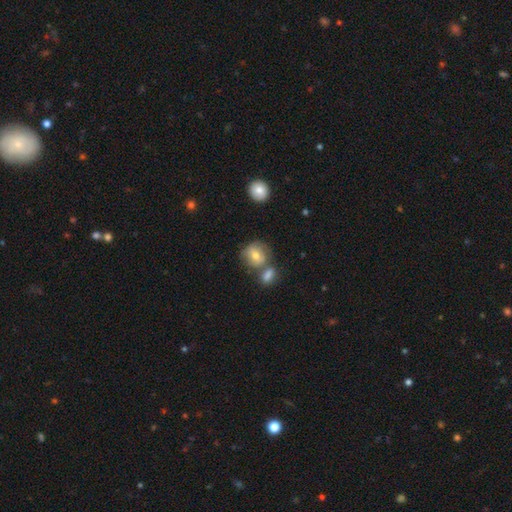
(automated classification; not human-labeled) Smooth or featured? Predicted: smooth (p=0.66). How rounded? Predicted: round (p=0.78). Merging? Predicted: none (p=0.49).